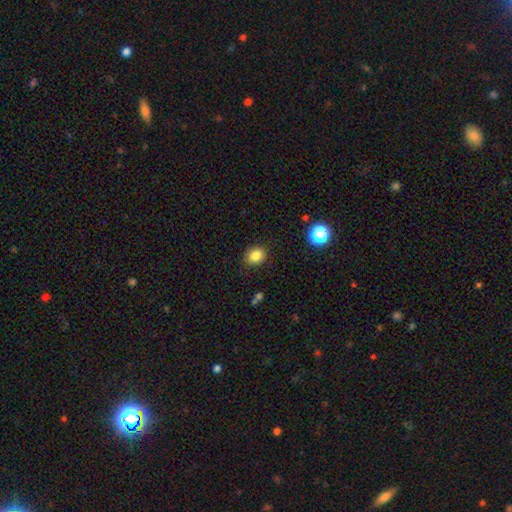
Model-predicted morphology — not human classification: This is clearly a smooth galaxy (83%). How rounded: possibly round (57%). Merging: clearly none (86%).